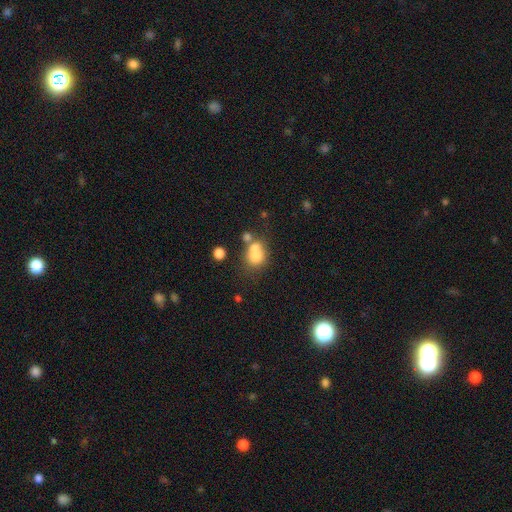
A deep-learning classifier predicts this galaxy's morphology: This appears to be a smooth galaxy with no disk features (72%) that is round (63%). Merging: merger (48%).